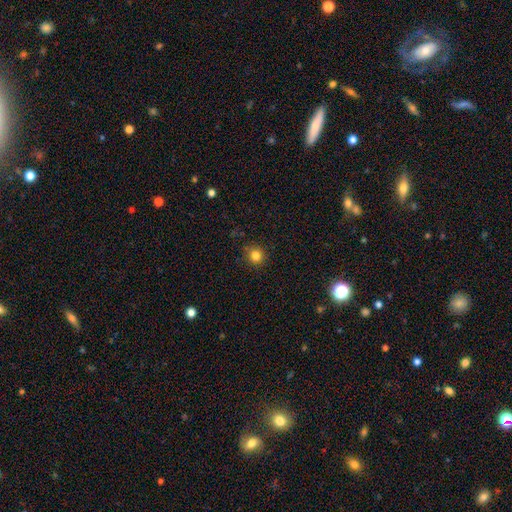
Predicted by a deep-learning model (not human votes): smooth-or-featured: smooth: 82% | star or artifact: 13% | featured or disk: 5%
  how-rounded: round: 92% | in between: 7% | cigar-shaped: 1%
  merging: none: 89% | minor disturbance: 8% | major disturbance: 2% | merger: 1%